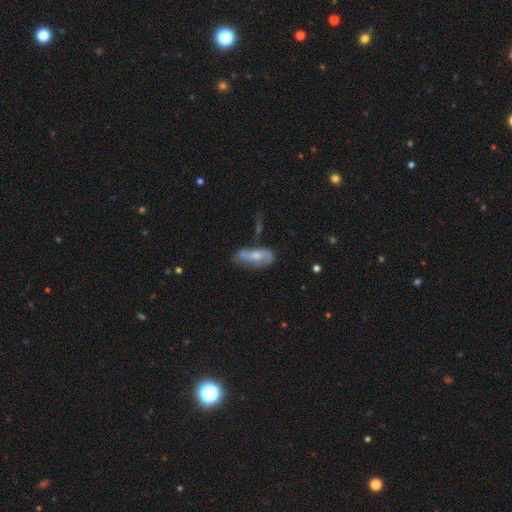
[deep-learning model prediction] smooth_or_featured: featured or disk (p=0.50) [alt: smooth p=0.42]
disk_edge_on: no (p=0.87) [alt: yes p=0.13]
merging: none (p=0.37) [alt: minor disturbance p=0.26]